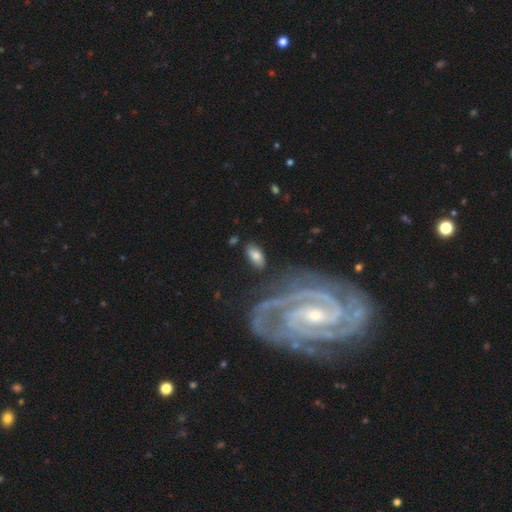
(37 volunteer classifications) Overall: smooth (62%; featured or disk 35%). How rounded: in between (83%). Merging: none (67%).